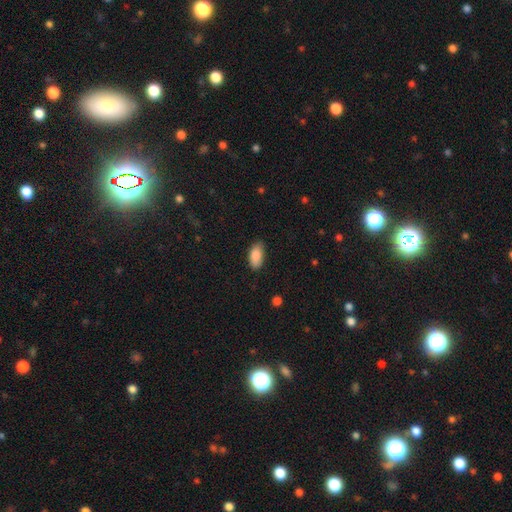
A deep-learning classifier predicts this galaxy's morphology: smooth 87%, star or artifact 7%, featured or disk 6%. Down the decision tree: how rounded — in between (93%); merging — none (79%).